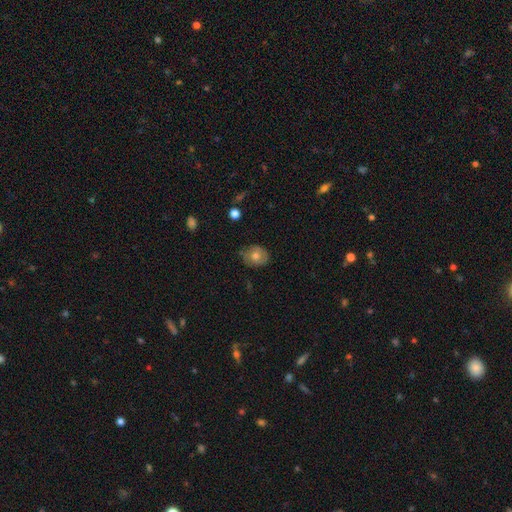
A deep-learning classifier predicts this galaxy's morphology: A smooth galaxy with no disk features (65%) that is round (64%).

Vote fractions:
- Smooth or featured? smooth: 65% / featured or disk: 27% / star or artifact: 9%
- How rounded? round: 64% / in between: 35% / cigar-shaped: 1%
- Merging? none: 71% / minor disturbance: 23% / major disturbance: 5% / merger: 2%